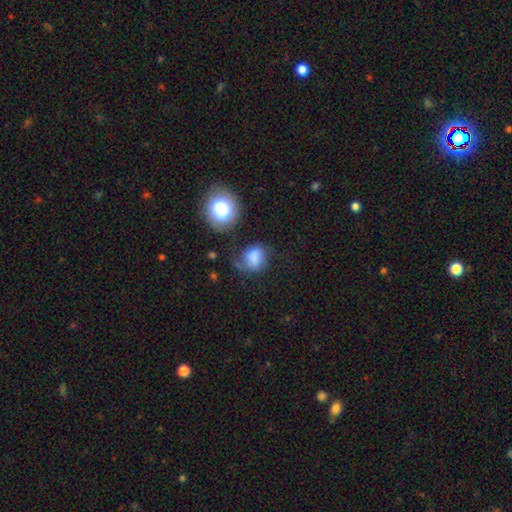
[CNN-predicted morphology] This appears to be a smooth galaxy with no disk features (79%) that is round (64%). Merging: none (49%).